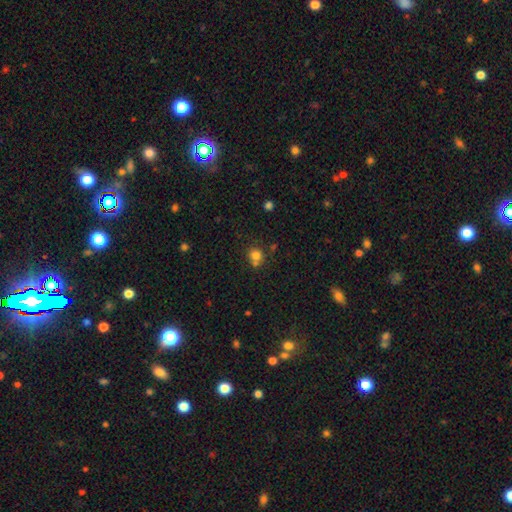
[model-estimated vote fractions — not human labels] smooth_or_featured: smooth (p=0.78) [alt: star or artifact p=0.14]
how_rounded: round (p=0.86) [alt: in between p=0.13]
merging: none (p=0.58) [alt: merger p=0.27]